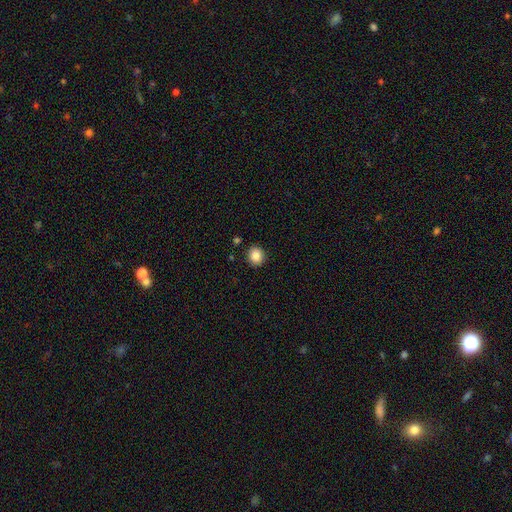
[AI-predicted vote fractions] Q: Smooth or featured?
A: smooth (86%); runner-up: star or artifact (10%)
Q: How rounded?
A: round (84%); runner-up: in between (15%)
Q: Merging?
A: none (90%); runner-up: minor disturbance (6%)